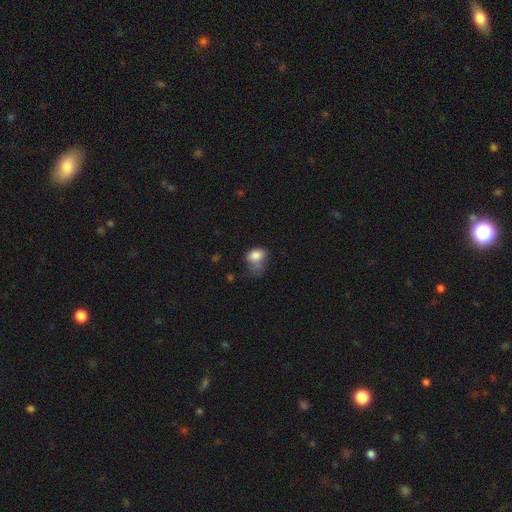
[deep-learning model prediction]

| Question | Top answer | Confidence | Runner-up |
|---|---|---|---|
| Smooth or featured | smooth | 79% | featured or disk (11%) |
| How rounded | in between | 70% | round (29%) |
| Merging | major disturbance | 34% | minor disturbance (33%) |